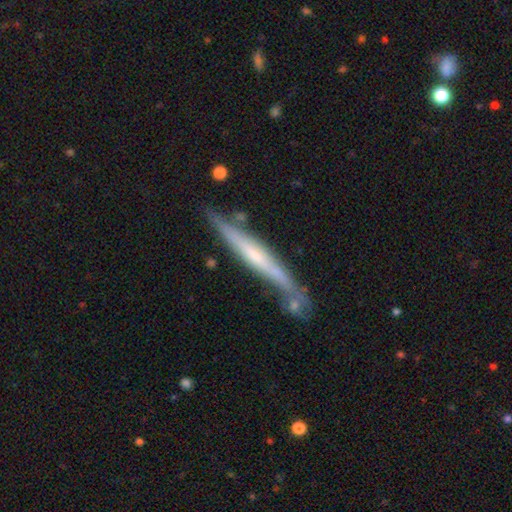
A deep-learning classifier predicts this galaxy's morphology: type=featured or disk (65%); edge-on=yes (93%); edge-on bulge=none (46%); merging=none (69%).